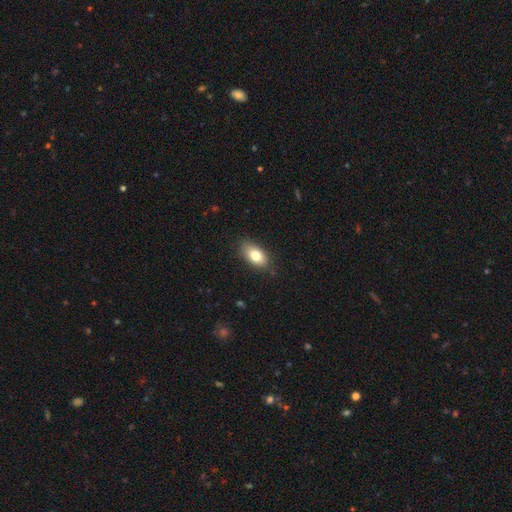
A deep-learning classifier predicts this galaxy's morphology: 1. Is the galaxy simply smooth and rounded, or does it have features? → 78% smooth, 14% featured or disk, 8% star or artifact.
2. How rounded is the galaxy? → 89% in between, 6% round, 4% cigar-shaped.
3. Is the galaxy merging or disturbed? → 84% none, 12% minor disturbance, 3% major disturbance, 1% merger.